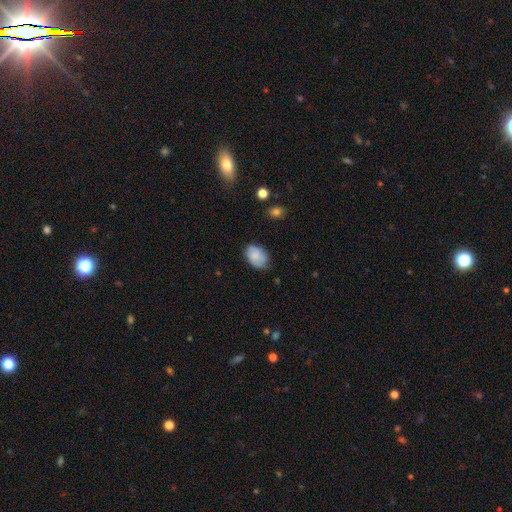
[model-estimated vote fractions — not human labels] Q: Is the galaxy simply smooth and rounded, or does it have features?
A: smooth — 79%.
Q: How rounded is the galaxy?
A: in between — 85%.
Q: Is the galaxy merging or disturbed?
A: none — 73%.